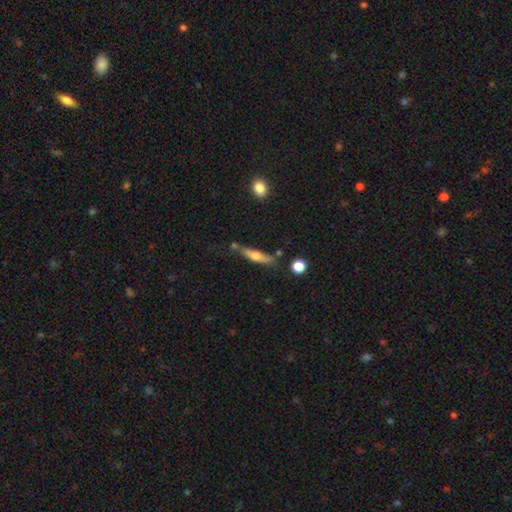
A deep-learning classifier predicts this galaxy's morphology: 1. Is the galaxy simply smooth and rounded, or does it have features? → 48% smooth, 45% featured or disk, 7% star or artifact.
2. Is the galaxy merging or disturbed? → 66% none, 18% minor disturbance, 10% merger, 5% major disturbance.